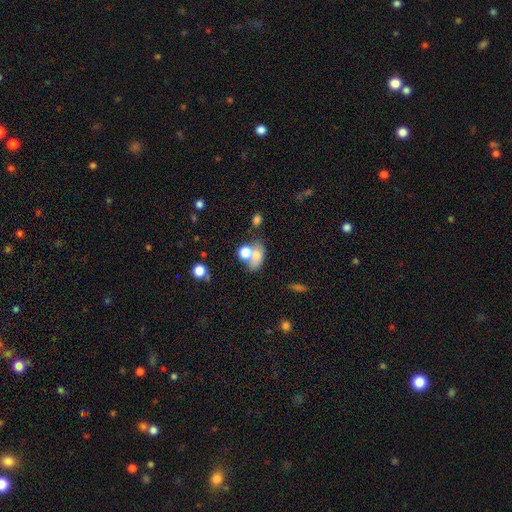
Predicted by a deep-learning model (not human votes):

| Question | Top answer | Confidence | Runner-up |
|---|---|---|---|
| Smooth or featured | smooth | 71% | featured or disk (17%) |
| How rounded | in between | 69% | round (28%) |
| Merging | merger | 47% | none (32%) |